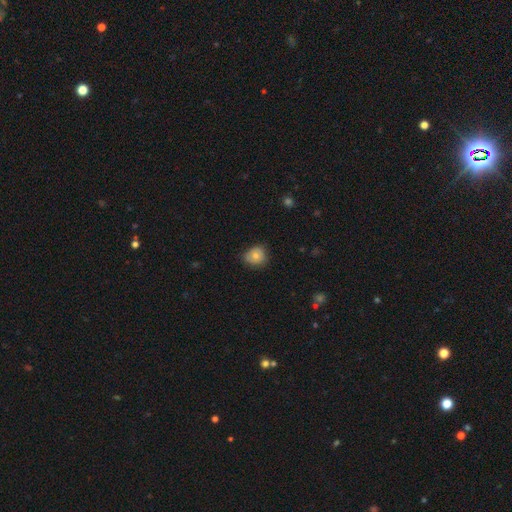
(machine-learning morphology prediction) smooth_or_featured: smooth (p=0.71) [alt: featured or disk p=0.21]
how_rounded: round (p=0.75) [alt: in between p=0.24]
merging: none (p=0.66) [alt: minor disturbance p=0.27]